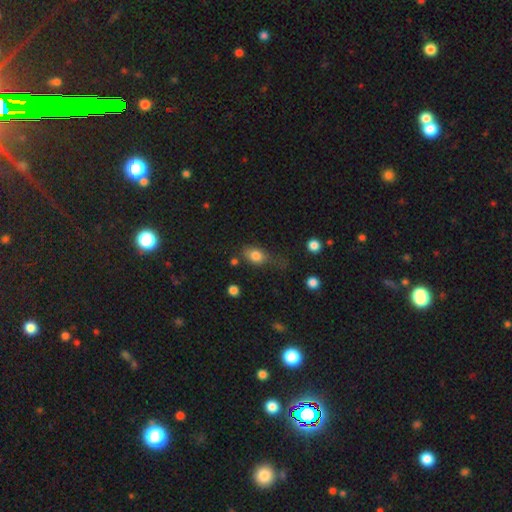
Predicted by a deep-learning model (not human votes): The model was most divided on "merging": none: 49%, minor disturbance: 31%, major disturbance: 15%, merger: 5%. More confident: smooth or featured — smooth (82%); how rounded — in between (77%).